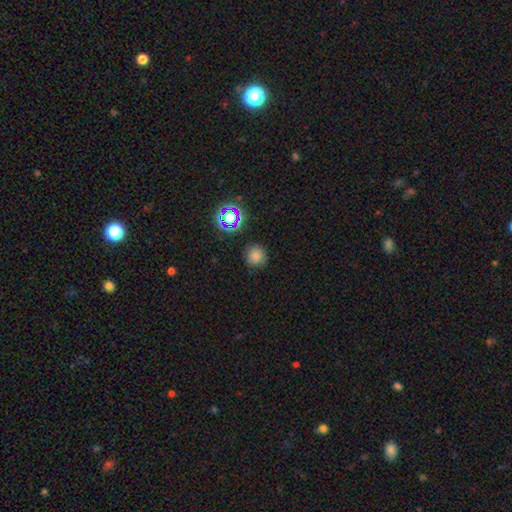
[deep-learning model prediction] Morphology: type=smooth (75%); roundness=round (93%); merging=none (87%).